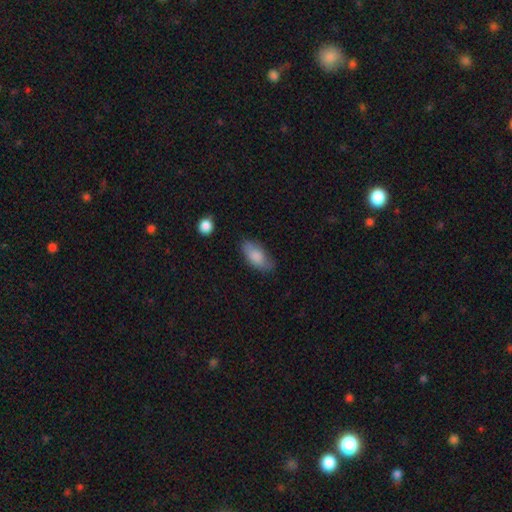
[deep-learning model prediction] This appears to be a smooth galaxy with no disk features (81%) that is in between round and cigar-shaped (89%). Merging: none (72%).